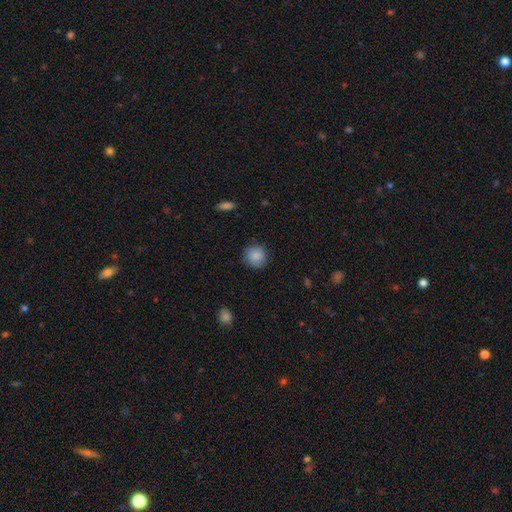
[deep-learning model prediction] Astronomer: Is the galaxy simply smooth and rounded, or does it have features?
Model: smooth — 86%.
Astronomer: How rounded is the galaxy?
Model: round — 89%.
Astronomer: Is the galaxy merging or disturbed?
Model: none — 85%.